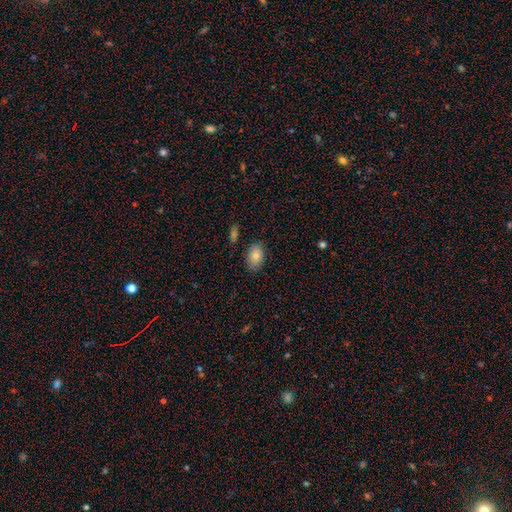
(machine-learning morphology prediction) This is clearly a smooth galaxy (83%). How rounded: clearly in between (89%). Merging: clearly none (84%).